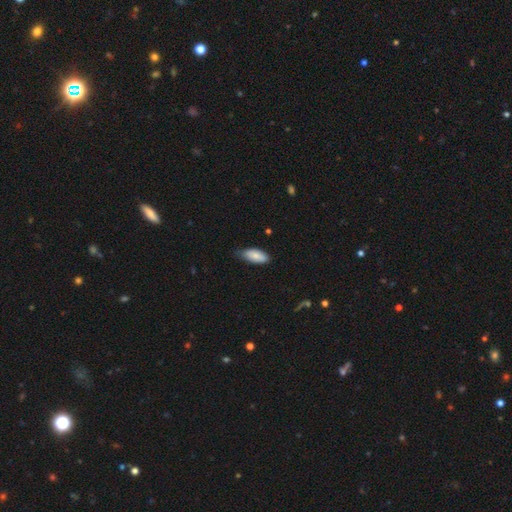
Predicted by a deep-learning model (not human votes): This appears to be a smooth galaxy with no disk features (85%) that is in between round and cigar-shaped (85%). Merging: none (60%).